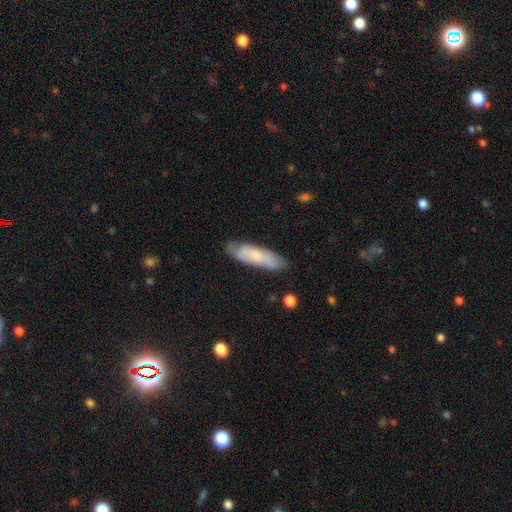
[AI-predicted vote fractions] Morphology: type=smooth (64%); roundness=cigar-shaped (56%); merging=none (76%).